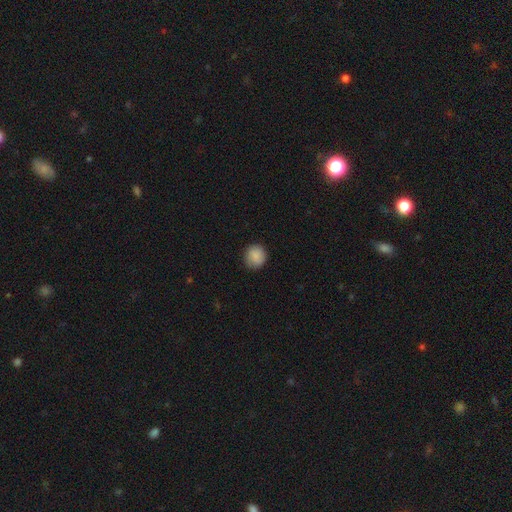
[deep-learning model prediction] The model was most divided on "how rounded": round: 87%, in between: 12%, cigar-shaped: 1%. More confident: smooth or featured — smooth (88%); merging — none (87%).